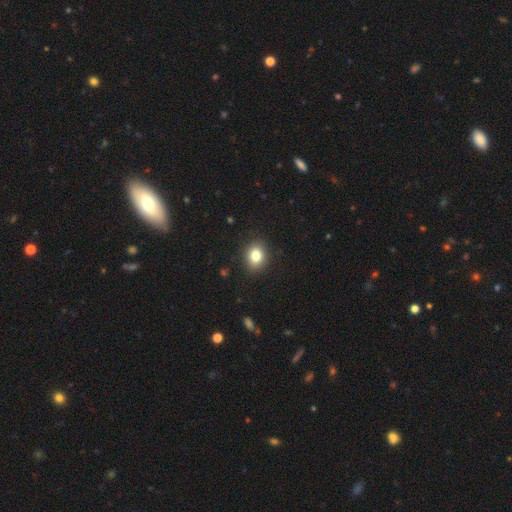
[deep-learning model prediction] Smooth or featured?
  - smooth: 82% *
  - star or artifact: 11%
  - featured or disk: 8%
How rounded?
  - round: 54% *
  - in between: 45%
  - cigar-shaped: 1%
Merging?
  - none: 89% *
  - minor disturbance: 8%
  - major disturbance: 2%
  - merger: 1%